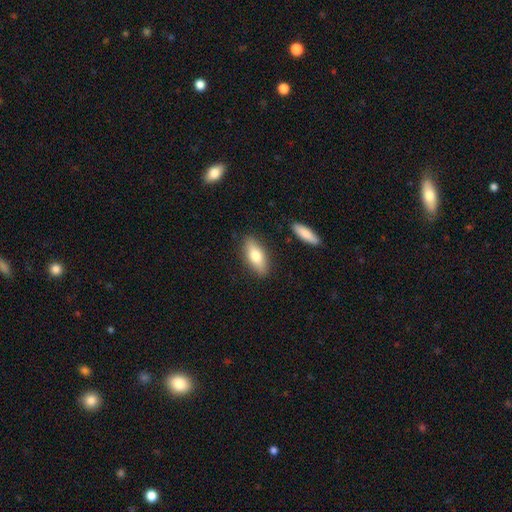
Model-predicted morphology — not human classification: type=smooth (69%); roundness=in between (69%); merging=none (85%).